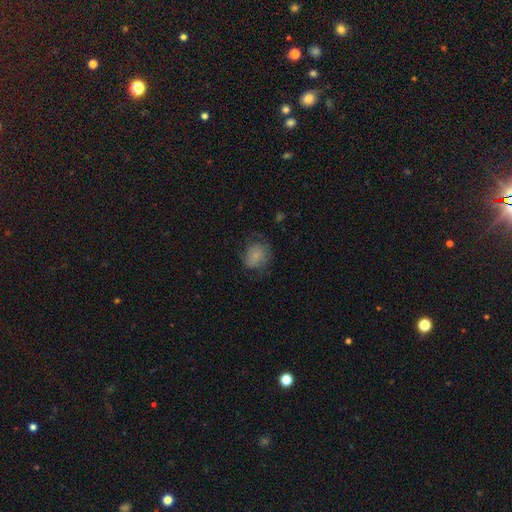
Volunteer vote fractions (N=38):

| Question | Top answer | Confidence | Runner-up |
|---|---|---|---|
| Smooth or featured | smooth | 74% | featured or disk (18%) |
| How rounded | round | 64% | in between (36%) |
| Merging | none | 51% | minor disturbance (29%) |